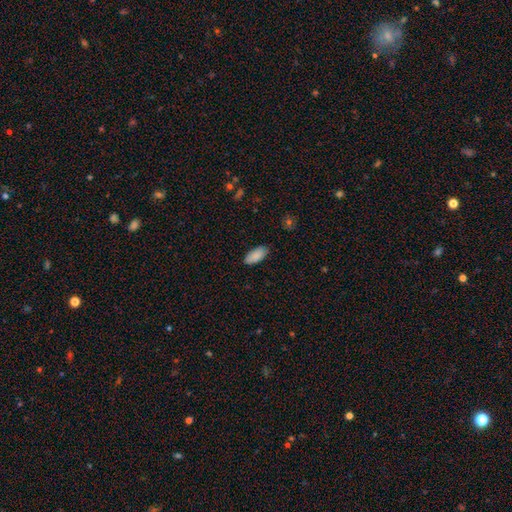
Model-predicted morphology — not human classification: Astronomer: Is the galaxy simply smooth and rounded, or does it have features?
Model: smooth — 89%.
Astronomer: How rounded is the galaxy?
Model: in between — 90%.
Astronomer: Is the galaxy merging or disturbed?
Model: none — 85%.